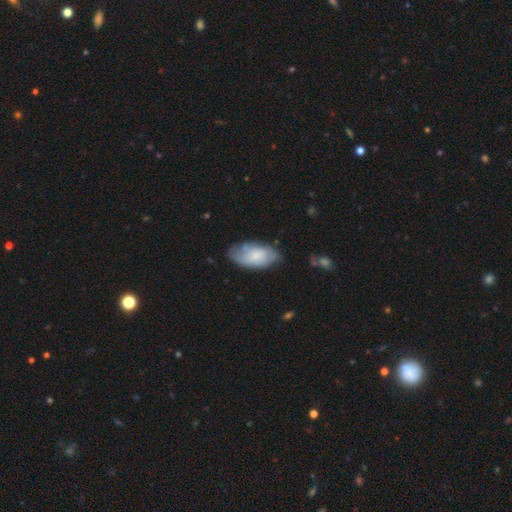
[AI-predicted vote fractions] This appears to be a smooth galaxy with no disk features (65%) that is in between round and cigar-shaped (94%). Merging: none (64%).